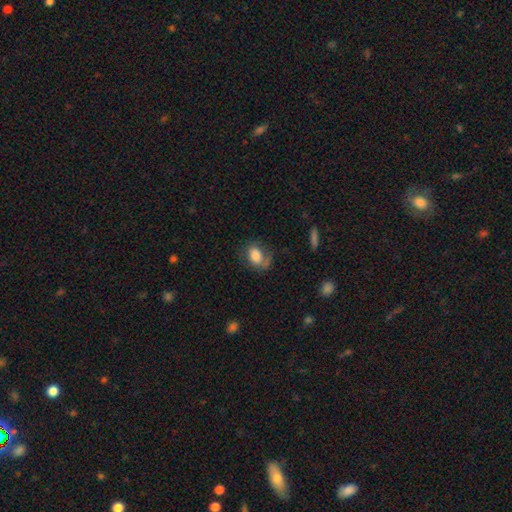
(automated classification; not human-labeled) A smooth galaxy with no disk features (74%) that is in between round and cigar-shaped (78%).

Vote fractions:
- Smooth or featured? smooth: 74% / featured or disk: 18% / star or artifact: 8%
- How rounded? in between: 78% / round: 20% / cigar-shaped: 2%
- Merging? none: 52% / minor disturbance: 25% / major disturbance: 18% / merger: 4%